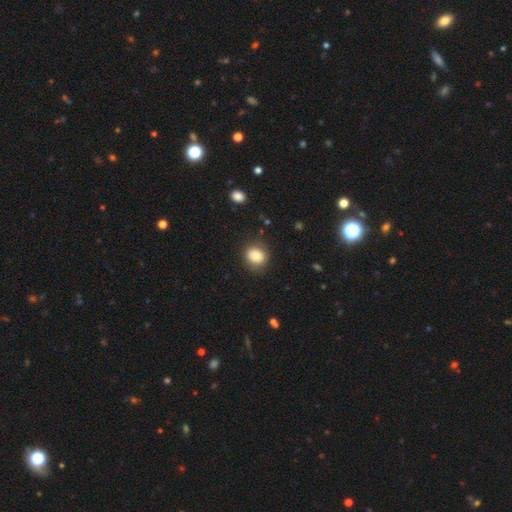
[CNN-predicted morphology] smooth-or-featured: smooth: 82% | star or artifact: 9% | featured or disk: 9%
  how-rounded: round: 75% | in between: 24% | cigar-shaped: 1%
  merging: none: 83% | minor disturbance: 12% | major disturbance: 4% | merger: 1%